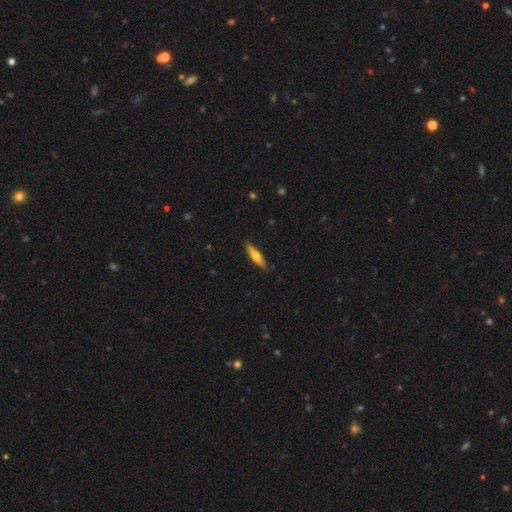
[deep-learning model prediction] A smooth galaxy with no disk features (55%) that is cigar-shaped (76%). Merging: none (86%).